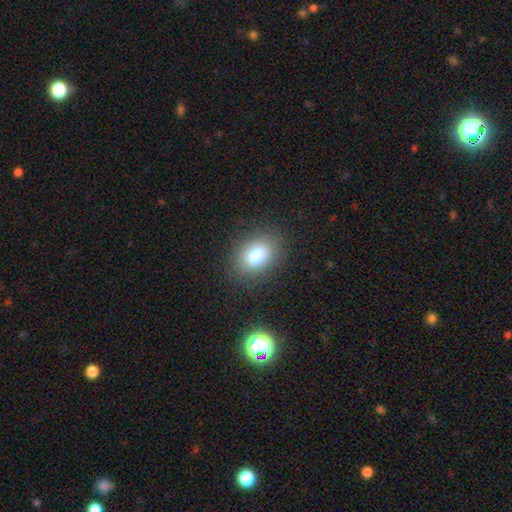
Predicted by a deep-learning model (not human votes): Smooth or featured?
  - smooth: 78% *
  - star or artifact: 12%
  - featured or disk: 10%
How rounded?
  - in between: 67% *
  - round: 32%
  - cigar-shaped: 1%
Merging?
  - none: 86% *
  - minor disturbance: 9%
  - major disturbance: 4%
  - merger: 1%